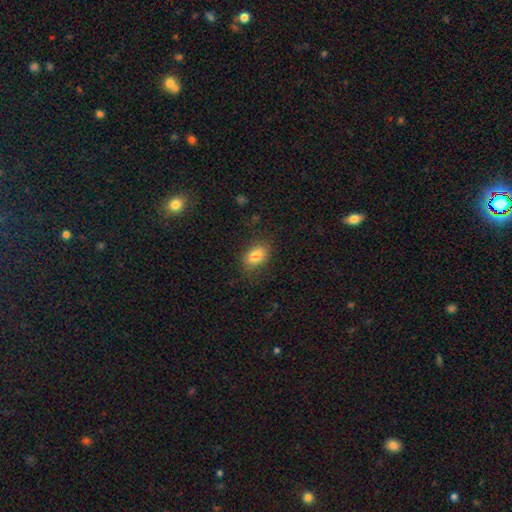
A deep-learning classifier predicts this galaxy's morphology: A smooth galaxy with no disk features (83%) that is in between round and cigar-shaped (86%).

Vote fractions:
- Smooth or featured? smooth: 83% / star or artifact: 9% / featured or disk: 8%
- How rounded? in between: 86% / round: 12% / cigar-shaped: 2%
- Merging? none: 80% / minor disturbance: 15% / major disturbance: 5% / merger: 1%